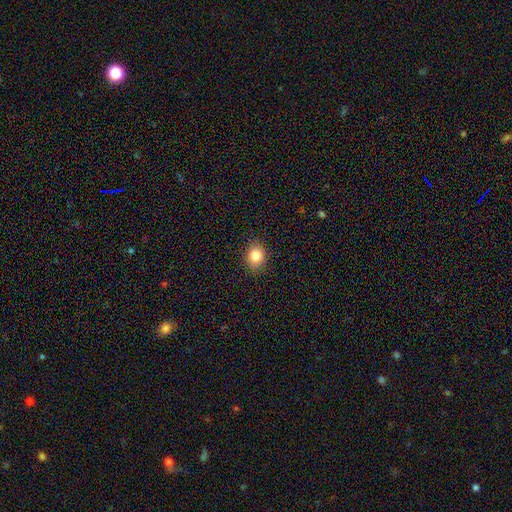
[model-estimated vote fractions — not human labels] A smooth galaxy with no disk features (84%) that is round (50%). Merging: none (88%).